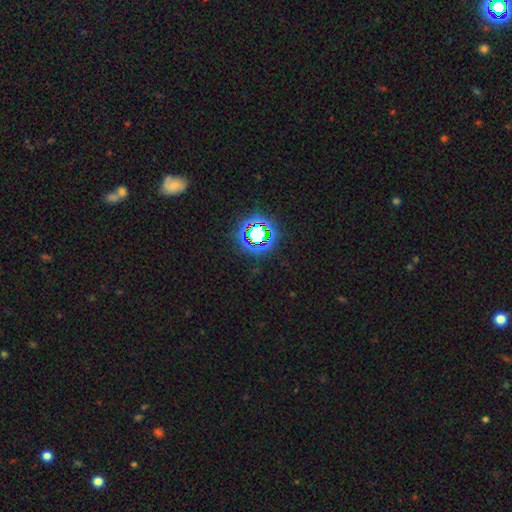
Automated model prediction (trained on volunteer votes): Smooth or featured?
  - star or artifact: 78% *
  - smooth: 14%
  - featured or disk: 8%